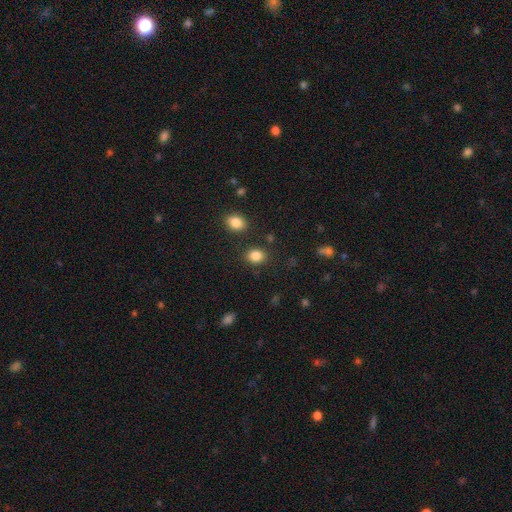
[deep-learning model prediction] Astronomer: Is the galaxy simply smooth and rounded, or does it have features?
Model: smooth — 85%.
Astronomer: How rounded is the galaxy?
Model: round — 57% (runner-up: in between, 42%).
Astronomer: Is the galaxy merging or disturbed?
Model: none — 83%.